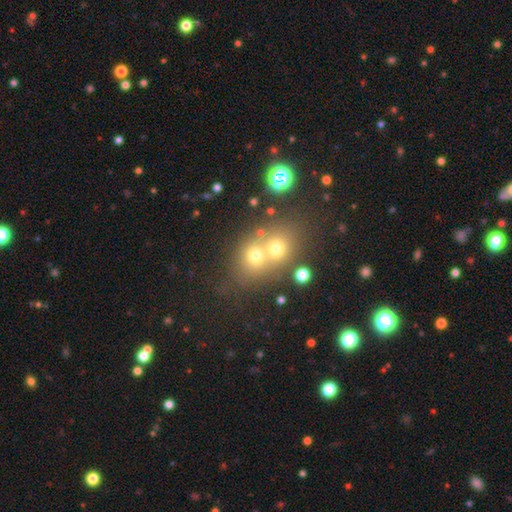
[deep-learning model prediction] smooth-or-featured: smooth: 66% | star or artifact: 19% | featured or disk: 16%
  how-rounded: round: 71% | in between: 28% | cigar-shaped: 1%
  merging: merger: 55% | none: 34% | minor disturbance: 7% | major disturbance: 4%